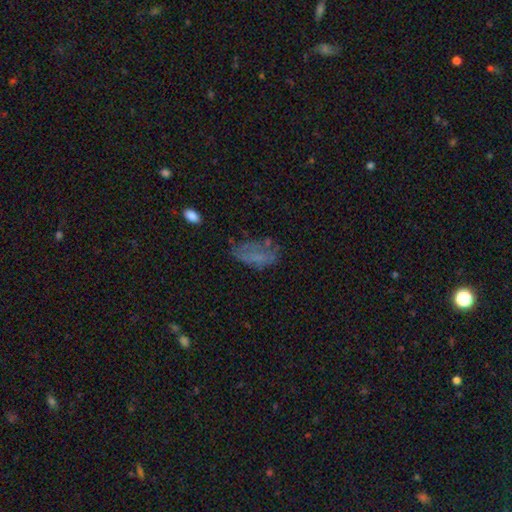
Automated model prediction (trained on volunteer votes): This is possibly a smooth galaxy (54%). How rounded: clearly in between (88%). Merging: possibly none (49%).